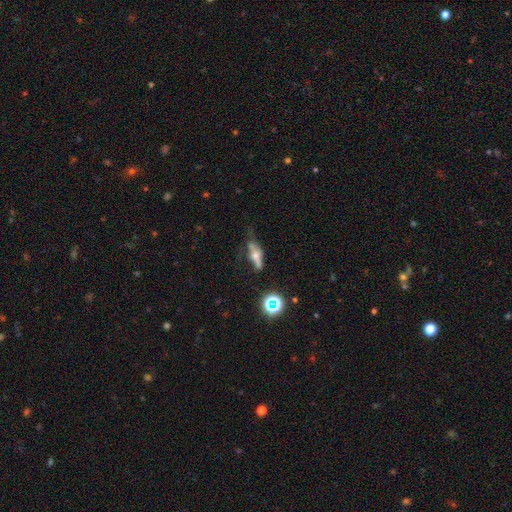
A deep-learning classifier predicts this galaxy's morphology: Smooth or featured?
  - featured or disk: 44% *
  - smooth: 41%
  - star or artifact: 15%
Merging?
  - none: 36% *
  - minor disturbance: 30%
  - major disturbance: 27%
  - merger: 7%